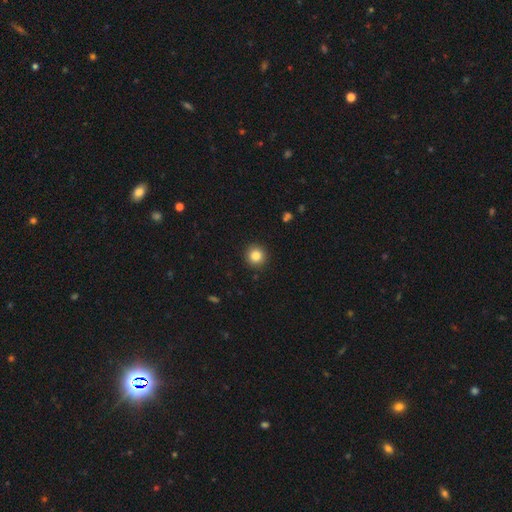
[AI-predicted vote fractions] Smooth or featured? Predicted: smooth (p=0.84). How rounded? Predicted: round (p=0.94). Merging? Predicted: none (p=0.92).